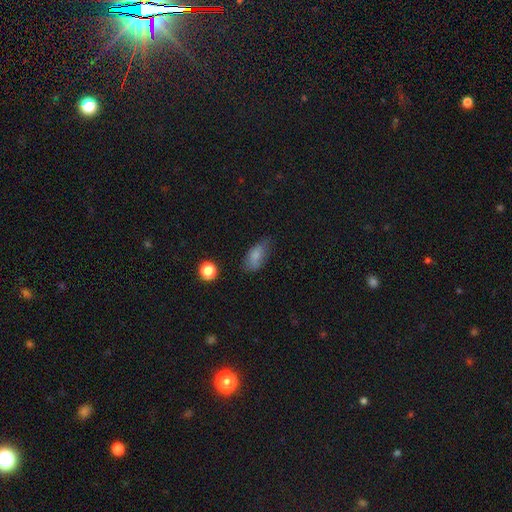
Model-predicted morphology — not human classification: This is likely a smooth galaxy (79%). How rounded: clearly in between (88%). Merging: possibly none (54%).